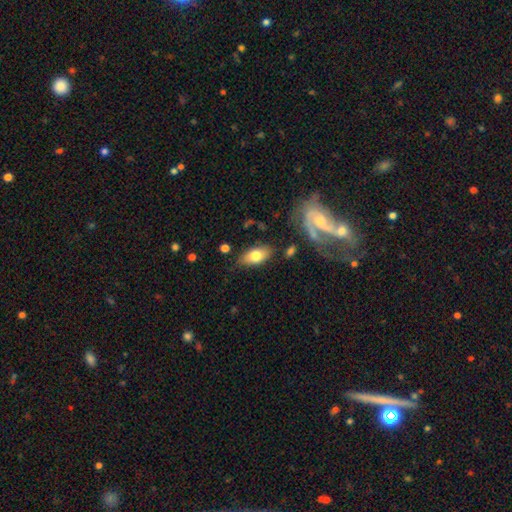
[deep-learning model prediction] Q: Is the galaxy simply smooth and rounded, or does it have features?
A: smooth — 73%.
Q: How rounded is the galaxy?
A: in between — 90%.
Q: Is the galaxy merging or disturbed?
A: none — 77%.